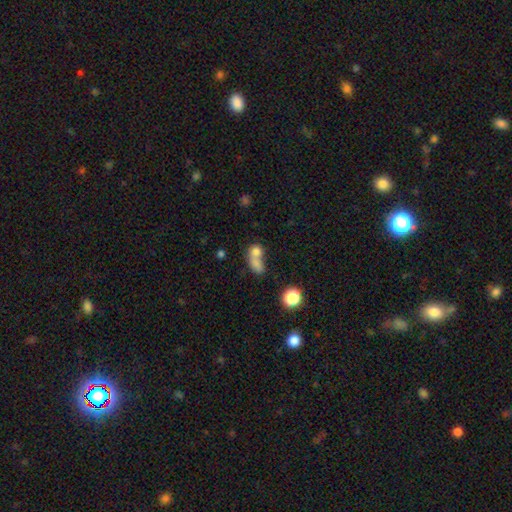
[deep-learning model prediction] This is likely a smooth galaxy (74%). How rounded: possibly in between (50%). Merging: likely merger (62%).